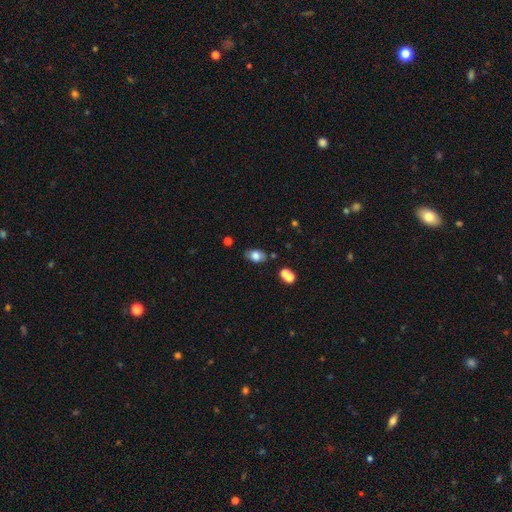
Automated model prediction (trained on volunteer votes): Smooth or featured: smooth — 78% (featured or disk — 12%)
How rounded: in between — 85% (round — 13%)
Merging: none — 78% (minor disturbance — 14%)